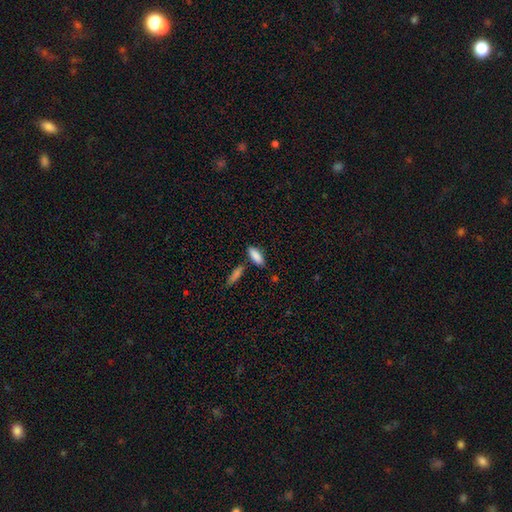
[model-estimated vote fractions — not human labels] Smooth or featured: smooth — 87% (featured or disk — 7%)
How rounded: in between — 71% (cigar-shaped — 27%)
Merging: none — 72% (minor disturbance — 13%)